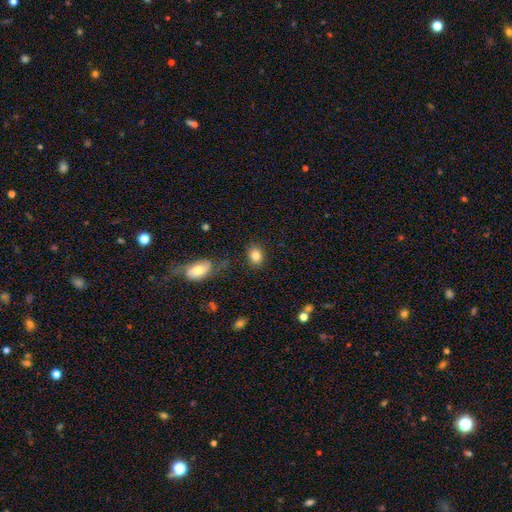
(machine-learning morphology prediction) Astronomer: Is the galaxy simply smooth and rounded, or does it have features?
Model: smooth — 83%.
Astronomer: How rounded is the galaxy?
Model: in between — 50% (runner-up: round, 48%).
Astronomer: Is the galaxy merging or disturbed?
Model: none — 82%.